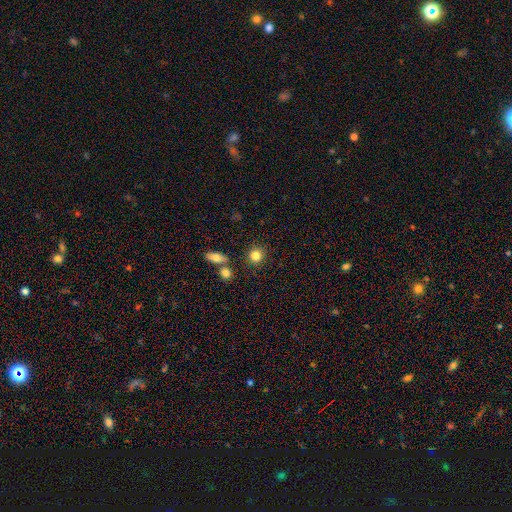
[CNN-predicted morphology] smooth-or-featured: smooth: 83% | star or artifact: 10% | featured or disk: 7%
  how-rounded: round: 86% | in between: 13% | cigar-shaped: 1%
  merging: none: 83% | minor disturbance: 8% | merger: 7% | major disturbance: 3%